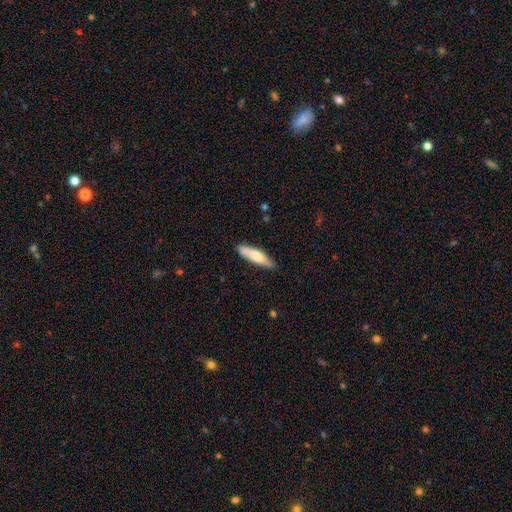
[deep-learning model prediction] Smooth or featured? smooth (71%)
How rounded? cigar-shaped (72%)
Merging? none (80%)